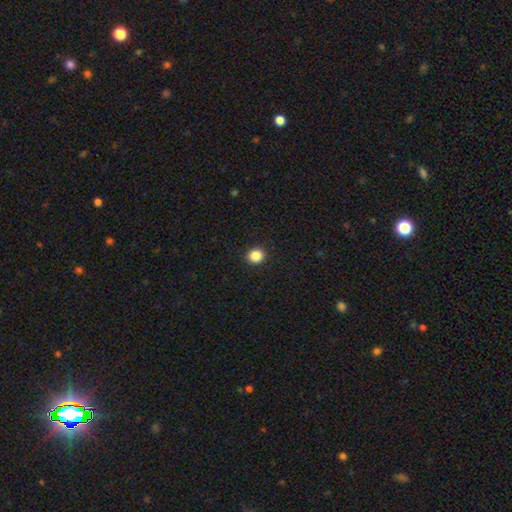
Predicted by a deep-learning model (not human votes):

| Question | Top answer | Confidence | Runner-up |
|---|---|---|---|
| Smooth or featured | smooth | 86% | star or artifact (11%) |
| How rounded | round | 88% | in between (11%) |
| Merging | none | 92% | minor disturbance (5%) |